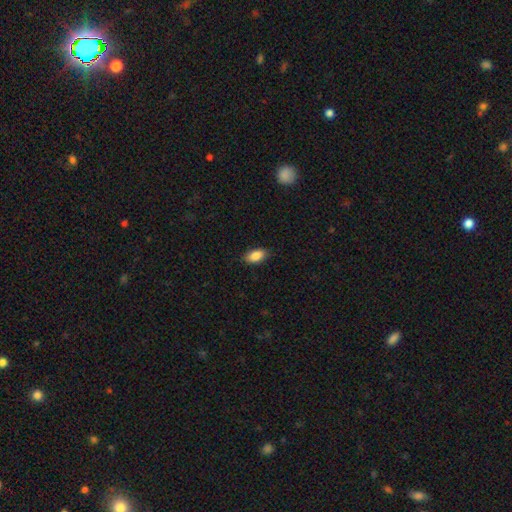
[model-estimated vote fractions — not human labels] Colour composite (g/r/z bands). It shows a smooth galaxy with no disk features (87%) that is in between round and cigar-shaped (92%). Merging: none (87%).